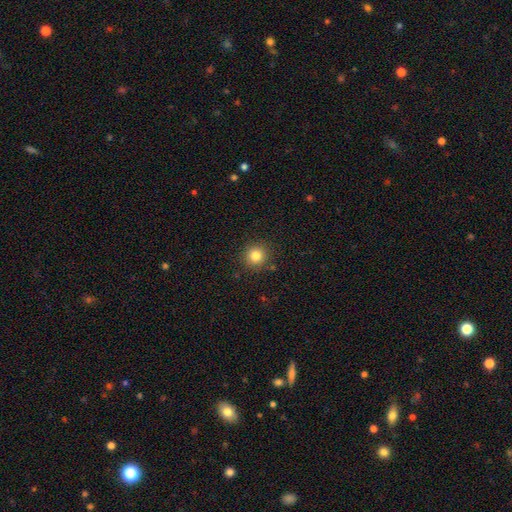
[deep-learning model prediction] Smooth or featured: smooth — 82% (star or artifact — 12%)
How rounded: round — 93% (in between — 6%)
Merging: none — 90% (minor disturbance — 6%)